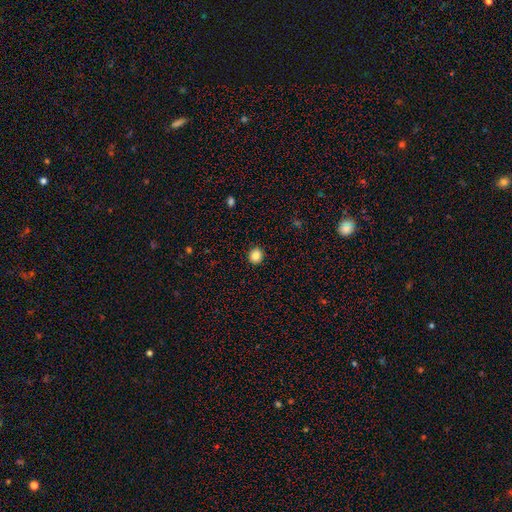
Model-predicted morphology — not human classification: type=smooth (85%); roundness=round (87%); merging=none (92%).